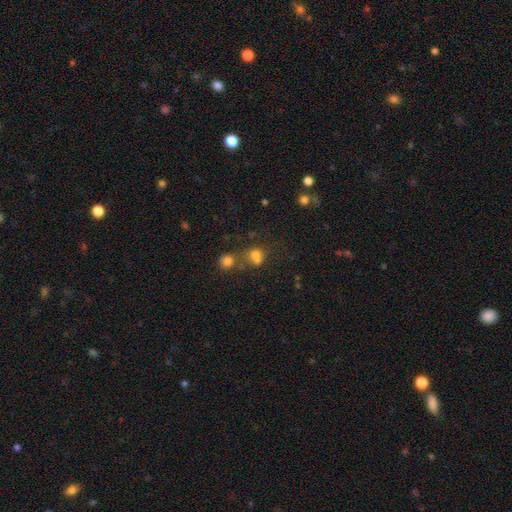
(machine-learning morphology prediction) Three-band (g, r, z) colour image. It shows a smooth galaxy with no disk features (70%) that is round (60%). Merging: merger (44%).